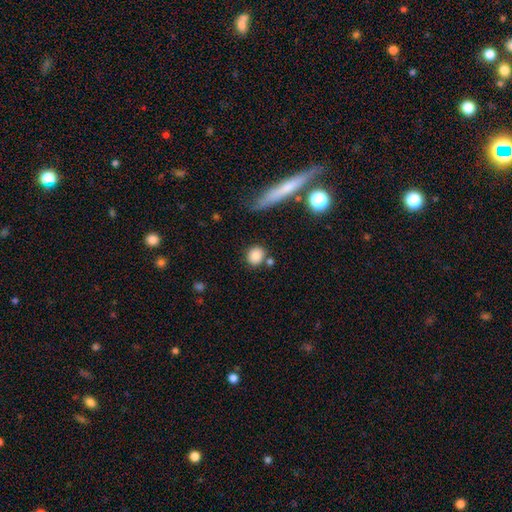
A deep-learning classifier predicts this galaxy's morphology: Smooth or featured? Predicted: smooth (p=0.83). How rounded? Predicted: round (p=0.78). Merging? Predicted: none (p=0.75).